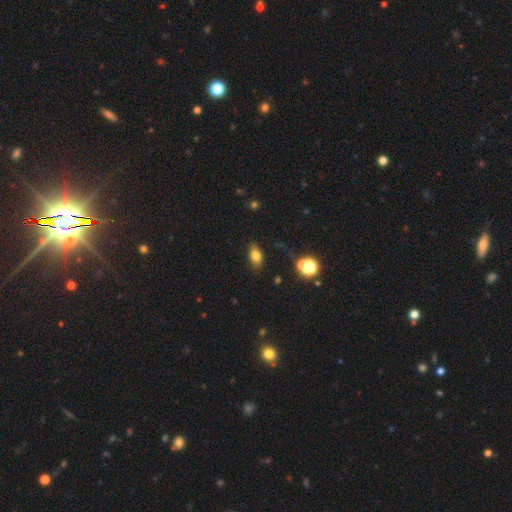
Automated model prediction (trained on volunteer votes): A smooth galaxy with no disk features (76%) that is in between round and cigar-shaped (82%). Merging: none (80%).